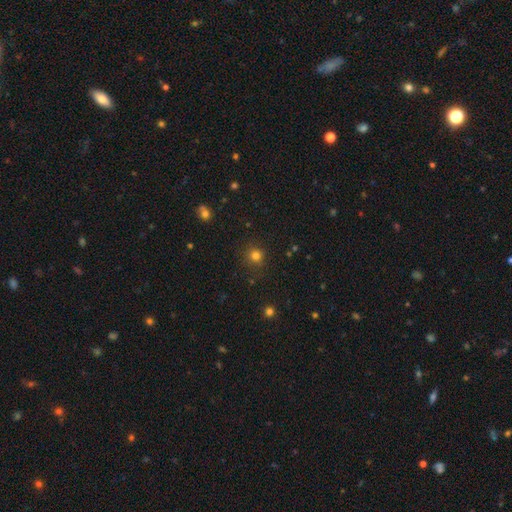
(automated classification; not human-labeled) Morphology: type=smooth (79%); roundness=round (92%); merging=none (88%).